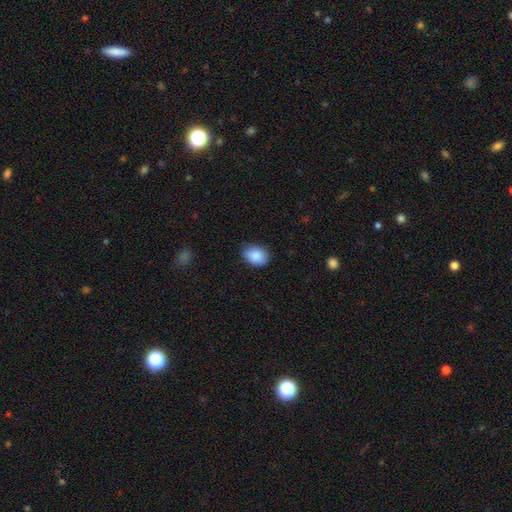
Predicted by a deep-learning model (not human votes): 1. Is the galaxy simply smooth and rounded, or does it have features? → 87% smooth, 7% star or artifact, 5% featured or disk.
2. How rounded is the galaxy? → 72% in between, 27% round, 1% cigar-shaped.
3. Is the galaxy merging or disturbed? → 82% none, 15% minor disturbance, 2% major disturbance, 1% merger.